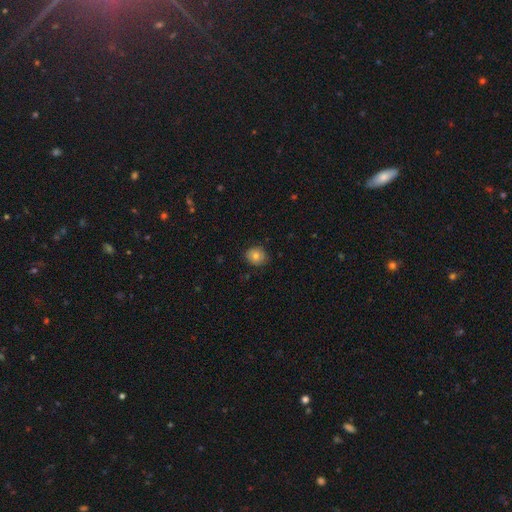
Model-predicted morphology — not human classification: smooth-or-featured: smooth: 72% | featured or disk: 18% | star or artifact: 10%
  how-rounded: round: 81% | in between: 18% | cigar-shaped: 1%
  merging: none: 83% | minor disturbance: 14% | major disturbance: 3% | merger: 1%